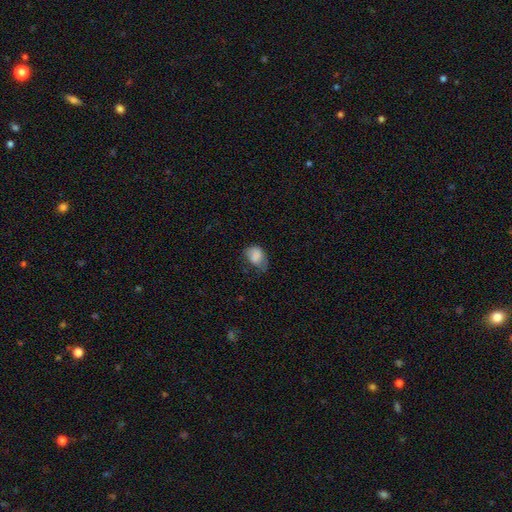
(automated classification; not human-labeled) Smooth or featured? Predicted: smooth (p=0.79). How rounded? Predicted: in between (p=0.74). Merging? Predicted: minor disturbance (p=0.40).